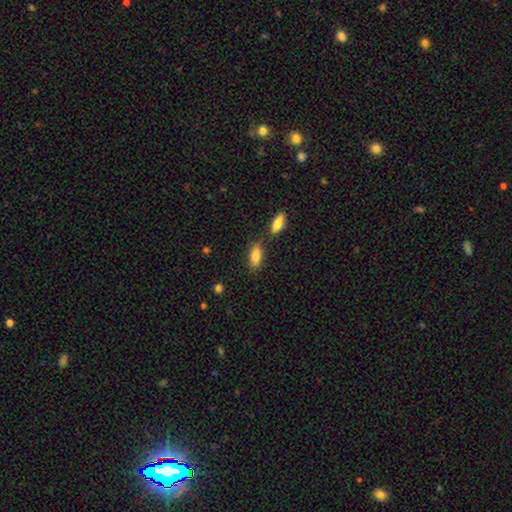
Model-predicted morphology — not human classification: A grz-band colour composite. It shows a smooth galaxy with no disk features (82%) that is in between round and cigar-shaped (82%). Merging: none (69%).